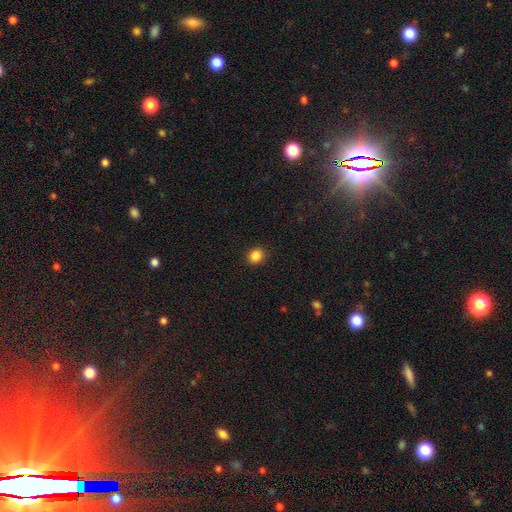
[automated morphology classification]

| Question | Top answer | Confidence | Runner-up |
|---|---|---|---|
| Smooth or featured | smooth | 87% | star or artifact (10%) |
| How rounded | round | 69% | in between (30%) |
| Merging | none | 90% | minor disturbance (7%) |